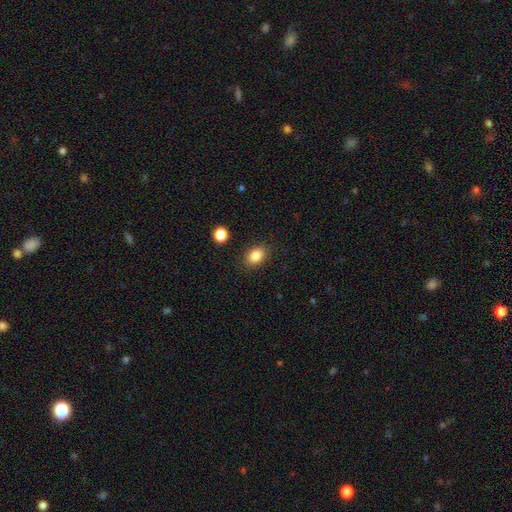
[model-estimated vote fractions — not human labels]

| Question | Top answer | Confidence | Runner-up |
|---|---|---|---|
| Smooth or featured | smooth | 85% | star or artifact (9%) |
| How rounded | in between | 75% | round (24%) |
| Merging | none | 85% | minor disturbance (10%) |